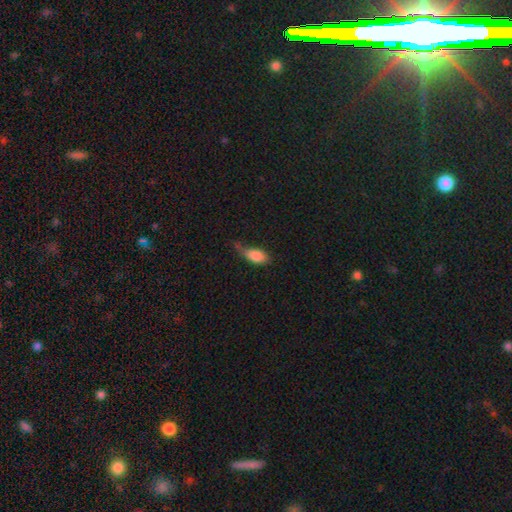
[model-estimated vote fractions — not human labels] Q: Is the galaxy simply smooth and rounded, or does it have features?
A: smooth — 83%.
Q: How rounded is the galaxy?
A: in between — 87%.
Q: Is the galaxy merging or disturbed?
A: minor disturbance — 39%.